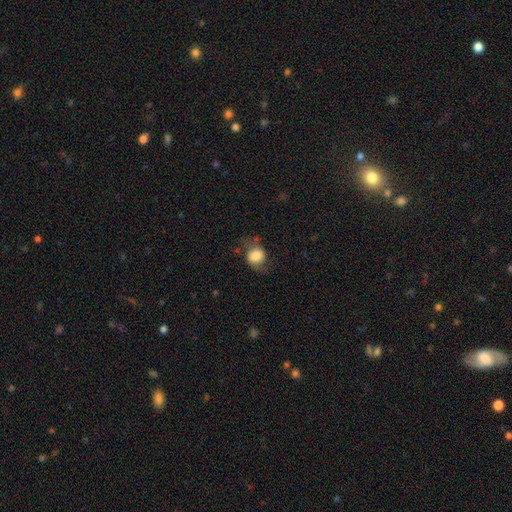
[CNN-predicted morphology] Smooth or featured?
  - smooth: 71% *
  - featured or disk: 20%
  - star or artifact: 8%
How rounded?
  - round: 60% *
  - in between: 39%
  - cigar-shaped: 1%
Merging?
  - none: 59% *
  - minor disturbance: 25%
  - major disturbance: 14%
  - merger: 2%